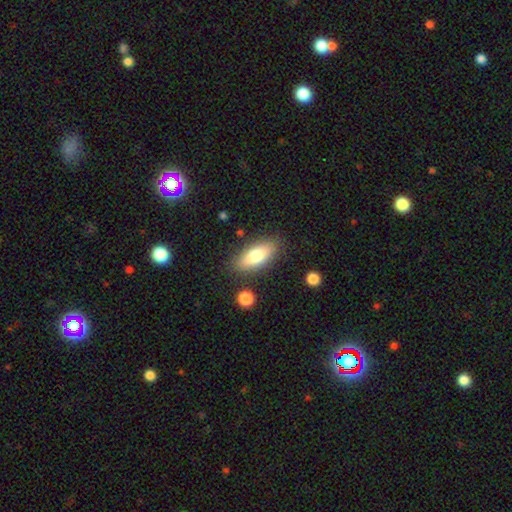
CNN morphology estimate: Overall: smooth (75%). How rounded: in between (78%). Merging: none (83%).